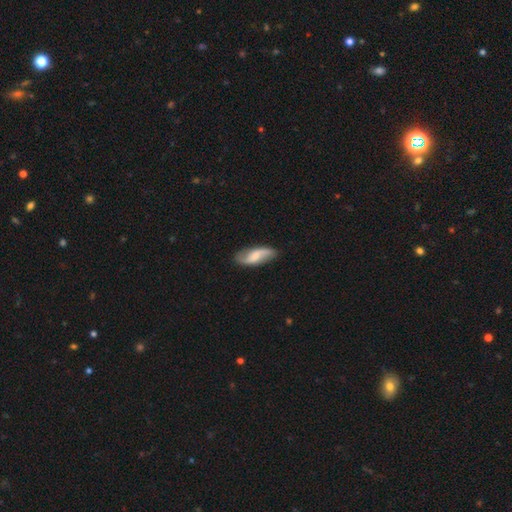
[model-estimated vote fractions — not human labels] This is possibly a featured or disk galaxy (60%). It is clearly not viewed edge-on (92%). Bar: possibly weak (47%). Spiral arm pattern: clearly yes (92%). Spiral arm count: clearly 2 (91%). Spiral winding: likely loose (75%). Central bulge: marginally small (32%). Merging: clearly none (81%).